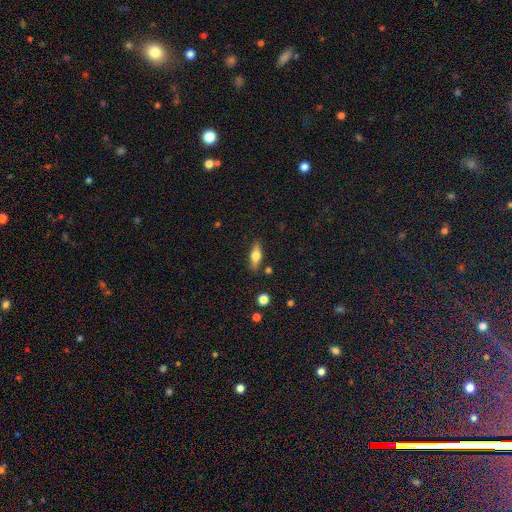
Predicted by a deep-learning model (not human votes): Overall: smooth (52%; featured or disk 41%). How rounded: in between (58%; cigar-shaped 38%). Merging: none (84%).